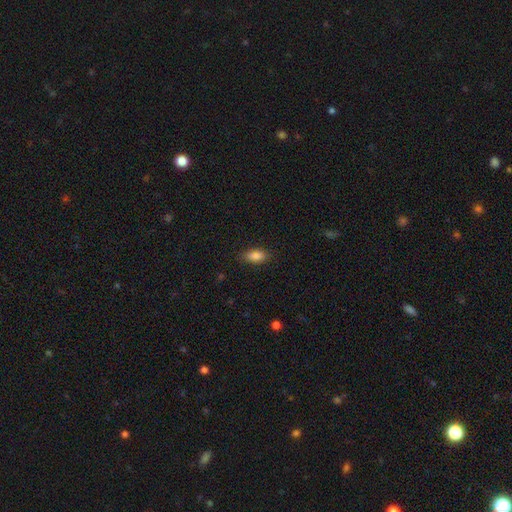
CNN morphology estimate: The model was most divided on "merging": none: 85%, minor disturbance: 11%, major disturbance: 3%, merger: 1%. More confident: how rounded — in between (88%); smooth or featured — smooth (85%).